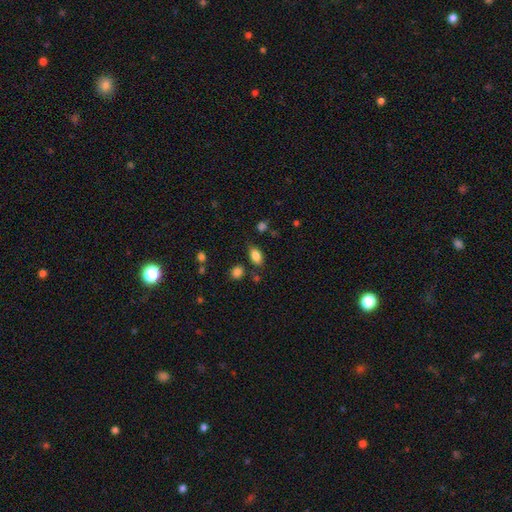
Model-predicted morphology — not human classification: A smooth galaxy with no disk features (85%) that is in between round and cigar-shaped (89%). Merging: none (79%).